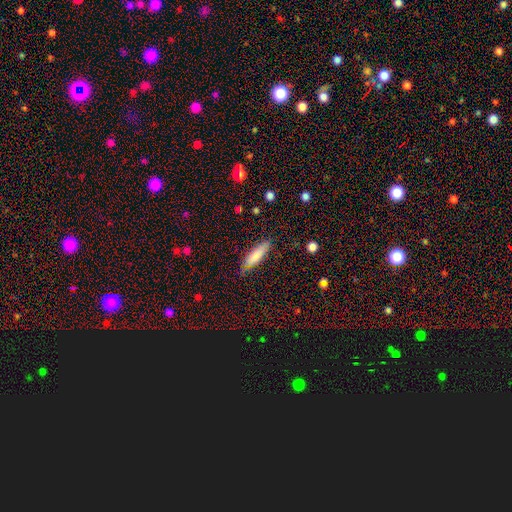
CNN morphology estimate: Q: Smooth or featured?
A: smooth (77%); runner-up: featured or disk (17%)
Q: How rounded?
A: cigar-shaped (63%); runner-up: in between (36%)
Q: Merging?
A: none (79%); runner-up: minor disturbance (16%)